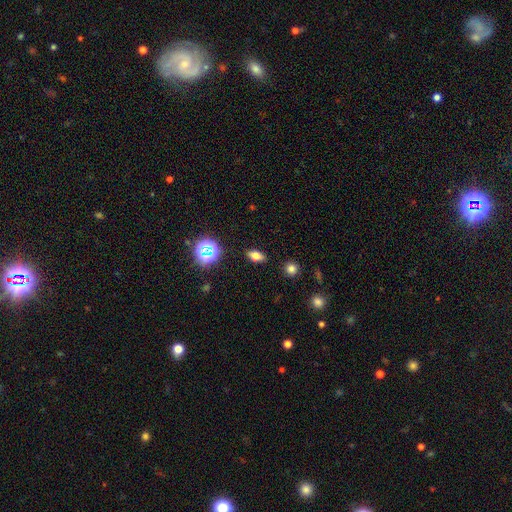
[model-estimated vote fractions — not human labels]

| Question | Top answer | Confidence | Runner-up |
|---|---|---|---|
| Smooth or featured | smooth | 67% | star or artifact (18%) |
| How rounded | in between | 79% | round (11%) |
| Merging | none | 88% | minor disturbance (8%) |